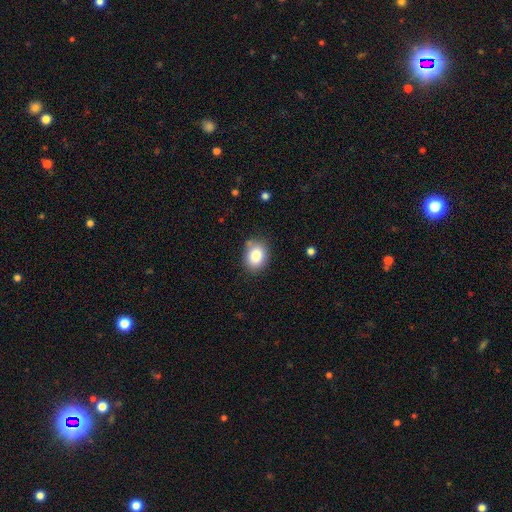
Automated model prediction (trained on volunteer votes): This is clearly a smooth galaxy (83%). How rounded: possibly in between (54%). Merging: likely none (79%).